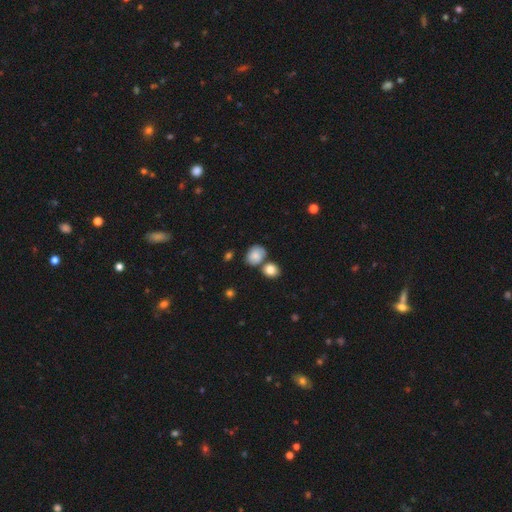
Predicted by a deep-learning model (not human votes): A smooth galaxy with no disk features (78%) that is in between round and cigar-shaped (53%). Merging: none (54%).